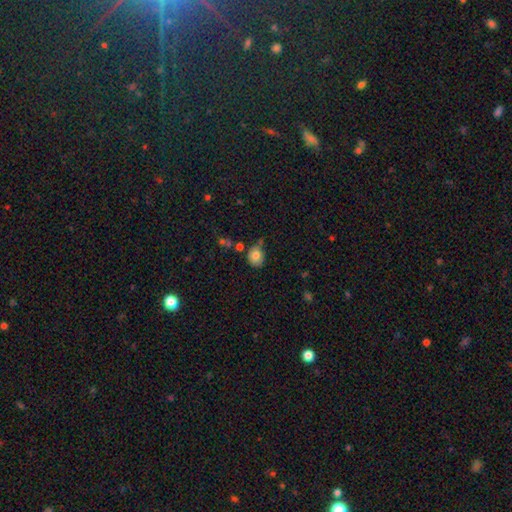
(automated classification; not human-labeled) Overall: smooth (81%). How rounded: round (57%; in between 42%). Merging: none (59%; minor disturbance 26%).